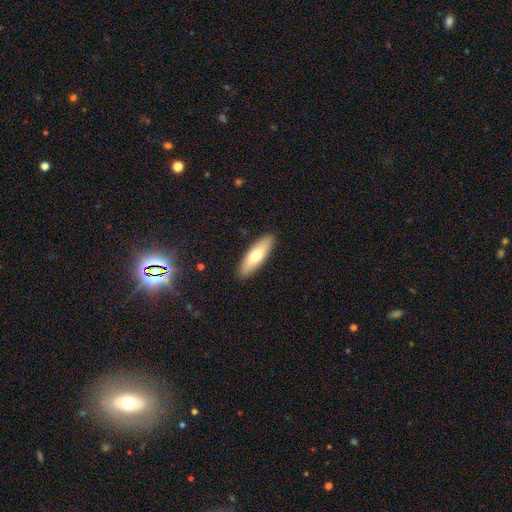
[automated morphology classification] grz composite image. It shows a smooth galaxy with no disk features (68%) that is cigar-shaped (54%). Merging: none (90%).